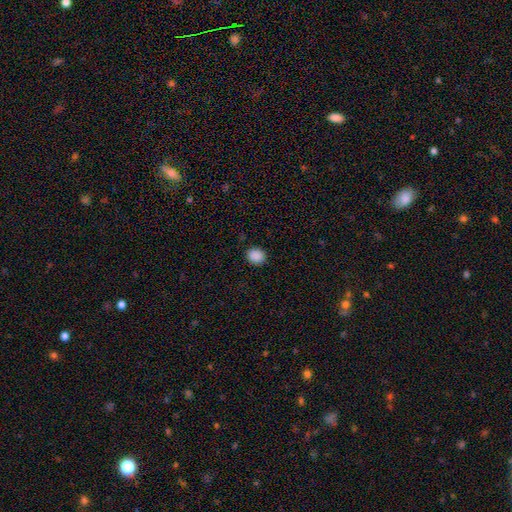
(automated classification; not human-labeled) A smooth galaxy with no disk features (88%) that is round (68%). Merging: none (89%).